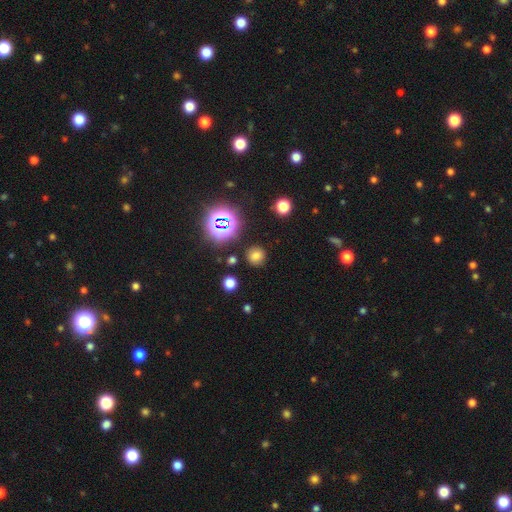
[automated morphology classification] smooth_or_featured: smooth (p=0.69) [alt: star or artifact p=0.24]
how_rounded: round (p=0.89) [alt: in between p=0.10]
merging: none (p=0.86) [alt: minor disturbance p=0.08]